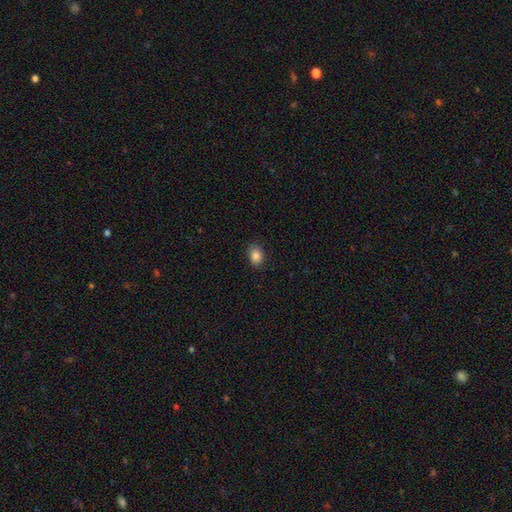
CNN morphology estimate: Smooth or featured: smooth — 86% (star or artifact — 9%)
How rounded: in between — 76% (round — 23%)
Merging: none — 87% (minor disturbance — 10%)